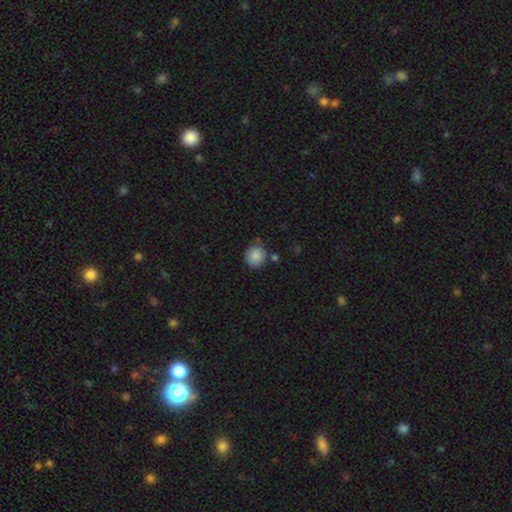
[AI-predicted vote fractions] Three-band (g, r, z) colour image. It shows a smooth galaxy with no disk features (87%) that is round (88%). Merging: none (75%).